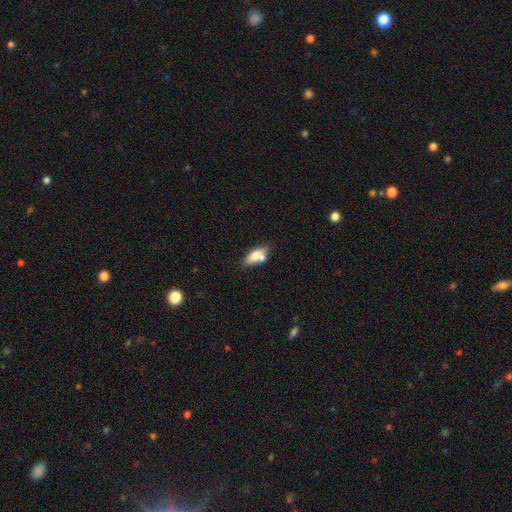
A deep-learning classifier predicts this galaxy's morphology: Smooth or featured: smooth — 70% (featured or disk — 23%)
How rounded: in between — 76% (cigar-shaped — 20%)
Merging: none — 51% (merger — 26%)